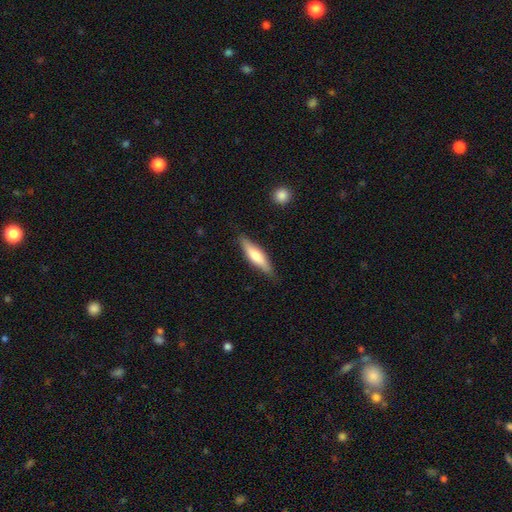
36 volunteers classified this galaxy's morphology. smooth 53%, featured or disk 39%, star or artifact 8%. Down the decision tree: how rounded — cigar-shaped (74%); merging — none (76%).